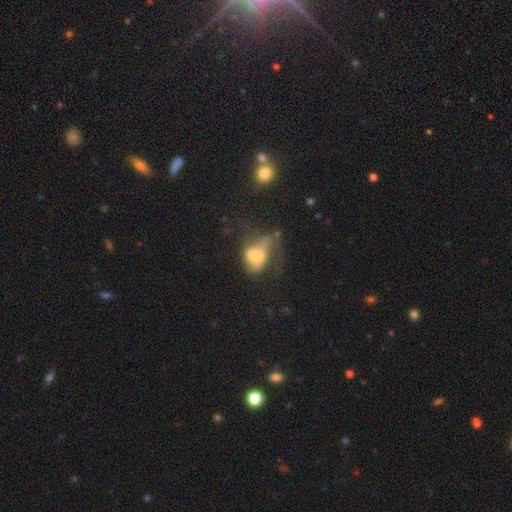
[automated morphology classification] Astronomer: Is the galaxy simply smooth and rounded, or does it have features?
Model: smooth — 50% (runner-up: featured or disk, 37%).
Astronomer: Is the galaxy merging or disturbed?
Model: major disturbance — 35% (runner-up: merger, 34%).